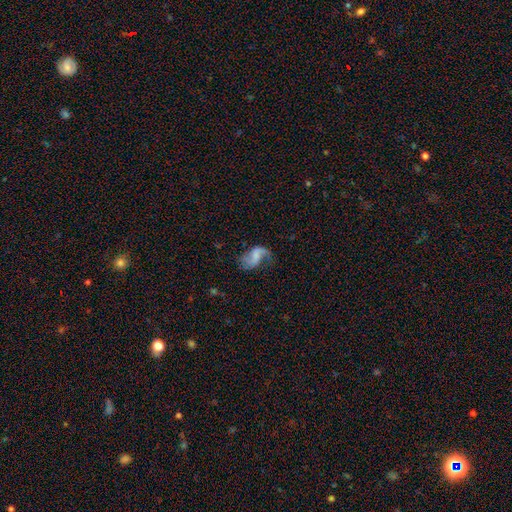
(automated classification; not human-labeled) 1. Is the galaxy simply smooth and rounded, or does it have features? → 72% featured or disk, 20% smooth, 8% star or artifact.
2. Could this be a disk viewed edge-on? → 98% no, 2% yes.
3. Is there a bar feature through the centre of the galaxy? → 43% no (tied), 43% weak (tied), 14% strong.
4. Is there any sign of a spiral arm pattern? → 92% yes, 8% no.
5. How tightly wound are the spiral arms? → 69% loose, 25% medium, 6% tight.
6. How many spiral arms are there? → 80% 2, 13% 1, 4% can't tell, 1% 3, 1% 4, 1% more than 4.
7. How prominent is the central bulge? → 50% none, 25% small, 17% moderate, 7% large, 2% dominant.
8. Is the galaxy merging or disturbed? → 51% none, 24% major disturbance, 22% minor disturbance, 3% merger.